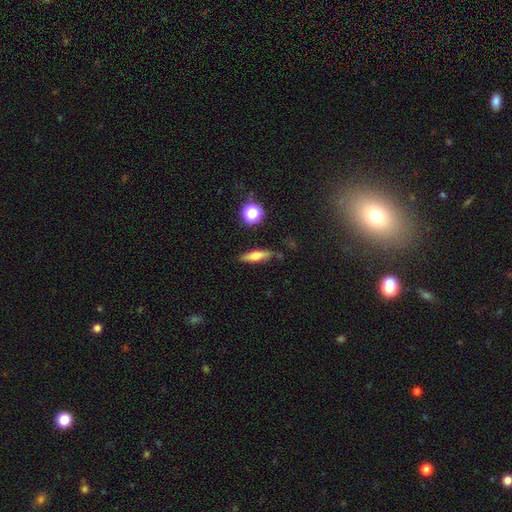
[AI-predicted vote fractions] Smooth or featured? Predicted: smooth (p=0.59). How rounded? Predicted: cigar-shaped (p=0.62). Merging? Predicted: none (p=0.79).